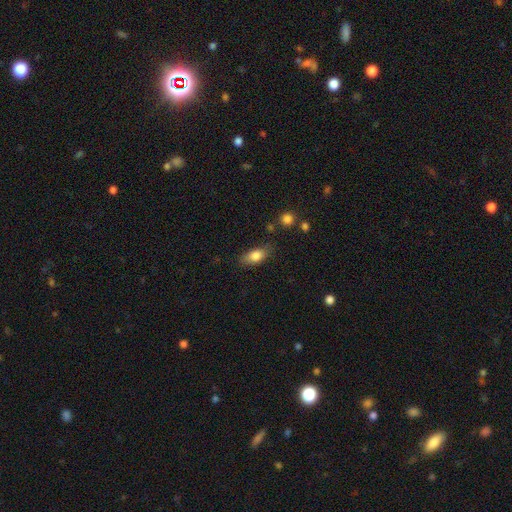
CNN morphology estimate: smooth 81%, featured or disk 12%, star or artifact 8%. Down the decision tree: how rounded — in between (83%); merging — none (75%).